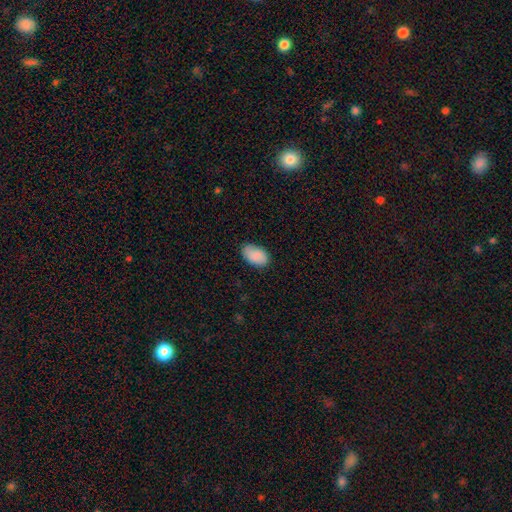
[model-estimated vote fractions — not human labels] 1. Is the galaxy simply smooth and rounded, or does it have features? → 89% smooth, 6% star or artifact, 5% featured or disk.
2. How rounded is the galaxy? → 94% in between, 5% round, 1% cigar-shaped.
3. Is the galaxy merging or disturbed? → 81% none, 15% minor disturbance, 3% major disturbance, 1% merger.